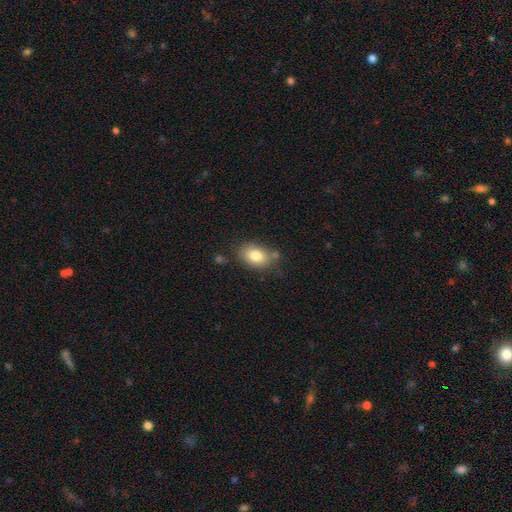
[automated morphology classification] This appears to be a smooth galaxy with no disk features (80%) that is in between round and cigar-shaped (76%). Merging: none (71%).